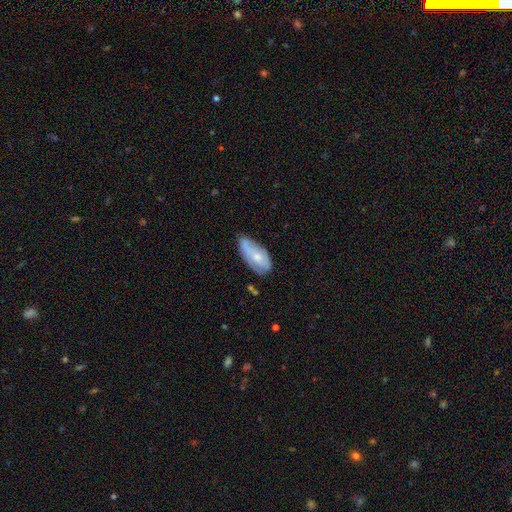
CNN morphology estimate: Overall: smooth (53%; featured or disk 41%). How rounded: in between (89%). Merging: none (46%; minor disturbance 38%).